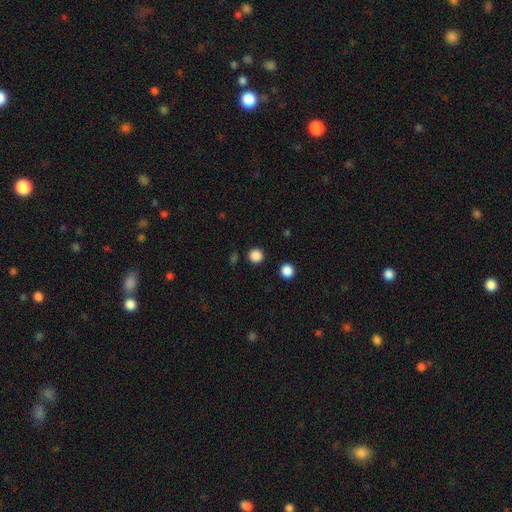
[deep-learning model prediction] A smooth galaxy with no disk features (85%) that is round (94%). Merging: none (90%).